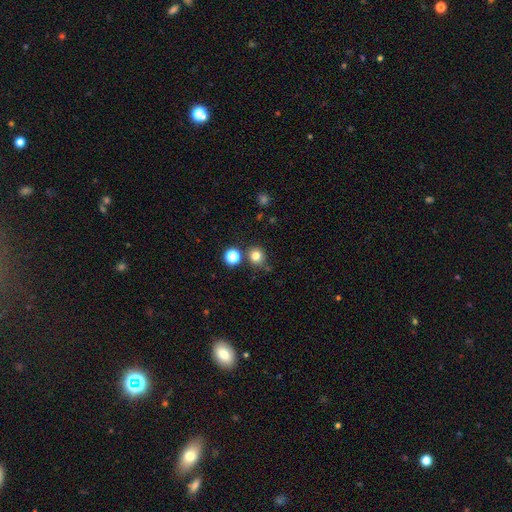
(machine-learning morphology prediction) smooth 79%, star or artifact 15%, featured or disk 6%. Down the decision tree: how rounded — round (87%); merging — none (77%).